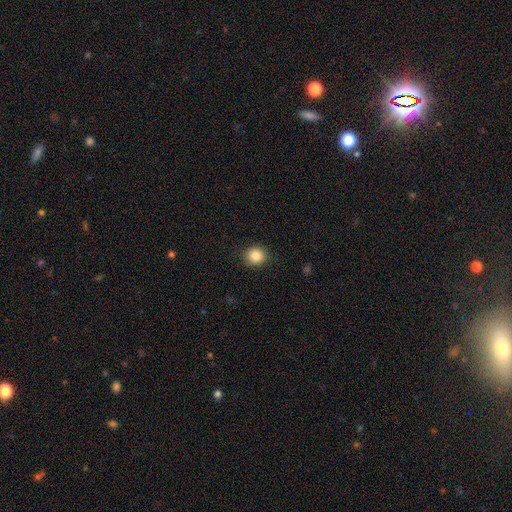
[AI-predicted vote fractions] A smooth galaxy with no disk features (85%) that is round (83%). Merging: none (90%).